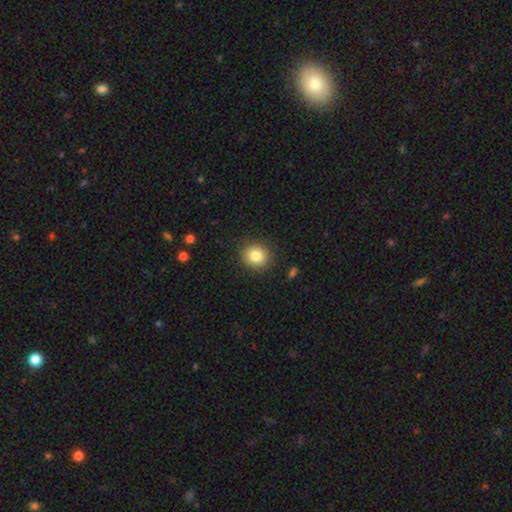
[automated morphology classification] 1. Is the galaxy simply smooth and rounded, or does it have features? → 84% smooth, 10% star or artifact, 7% featured or disk.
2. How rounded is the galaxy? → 82% round, 17% in between, 1% cigar-shaped.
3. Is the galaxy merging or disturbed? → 89% none, 7% minor disturbance, 2% major disturbance, 1% merger.